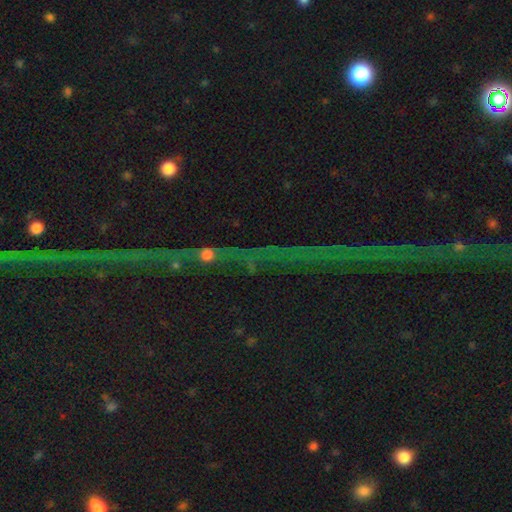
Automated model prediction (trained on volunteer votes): A star or artifact, not a galaxy (82%).

Vote fractions:
- Smooth or featured? star or artifact: 82% / featured or disk: 10% / smooth: 7%